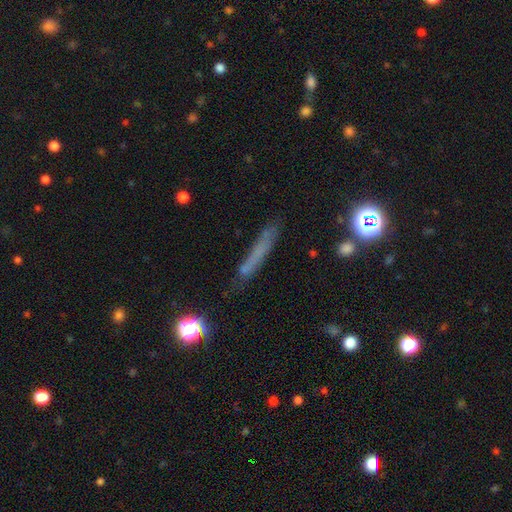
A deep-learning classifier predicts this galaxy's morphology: Overall: smooth (55%; featured or disk 27%). How rounded: cigar-shaped (90%). Merging: none (77%).